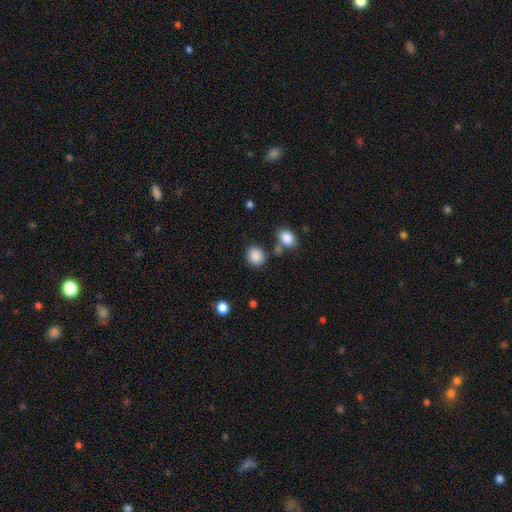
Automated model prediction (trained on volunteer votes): Smooth or featured? Predicted: smooth (p=0.87). How rounded? Predicted: round (p=0.69). Merging? Predicted: none (p=0.78).